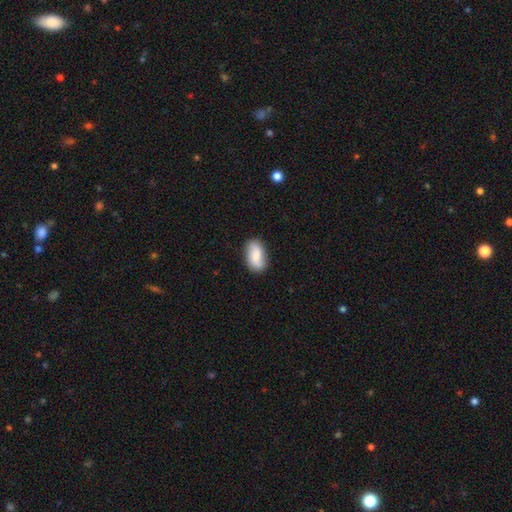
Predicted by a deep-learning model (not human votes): Q: Smooth or featured?
A: smooth (69%); runner-up: featured or disk (23%)
Q: How rounded?
A: in between (91%); runner-up: round (5%)
Q: Merging?
A: none (78%); runner-up: minor disturbance (16%)